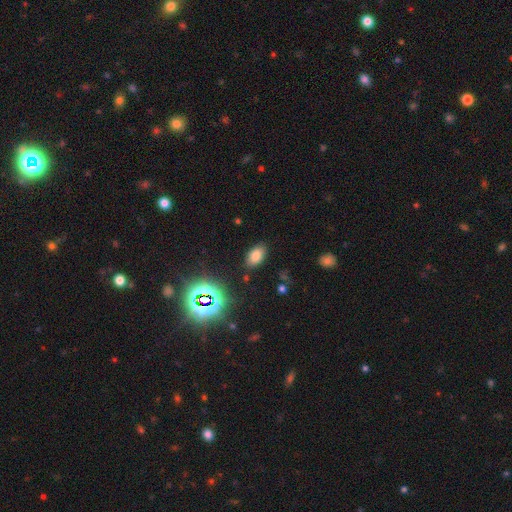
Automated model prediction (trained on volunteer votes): A smooth galaxy with no disk features (74%) that is in between round and cigar-shaped (91%).

Vote fractions:
- Smooth or featured? smooth: 74% / star or artifact: 18% / featured or disk: 8%
- How rounded? in between: 91% / round: 7% / cigar-shaped: 2%
- Merging? none: 85% / minor disturbance: 10% / major disturbance: 3% / merger: 2%